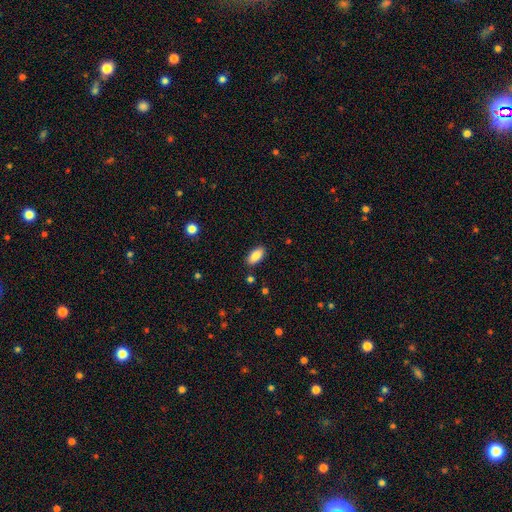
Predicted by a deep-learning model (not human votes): This is clearly a smooth galaxy (87%). How rounded: clearly in between (92%). Merging: clearly none (87%).